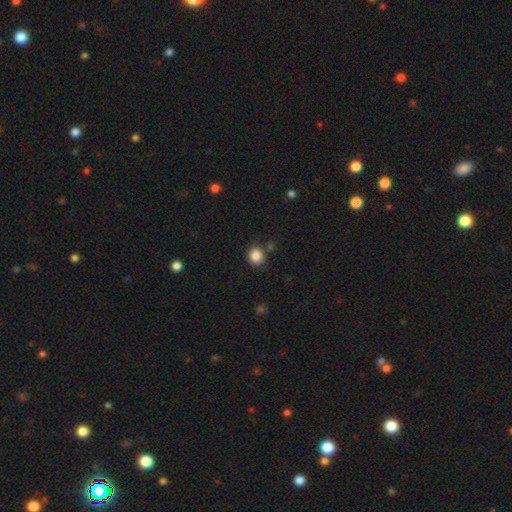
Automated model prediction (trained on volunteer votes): The model was most divided on "how rounded": round: 82%, in between: 17%, cigar-shaped: 1%. More confident: smooth or featured — smooth (85%); merging — none (79%).